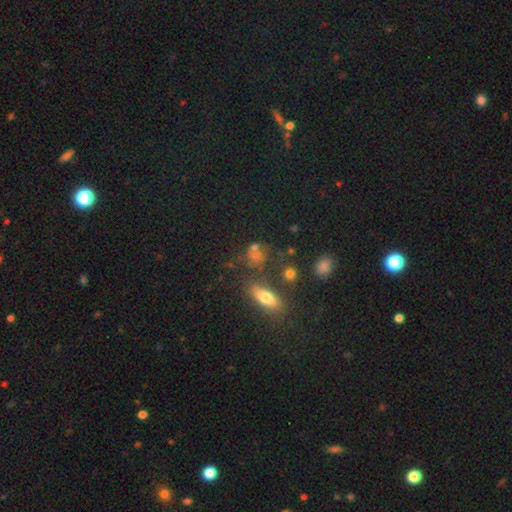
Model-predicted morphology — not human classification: This is possibly a smooth galaxy (58%). How rounded: possibly round (55%). Merging: likely none (62%).